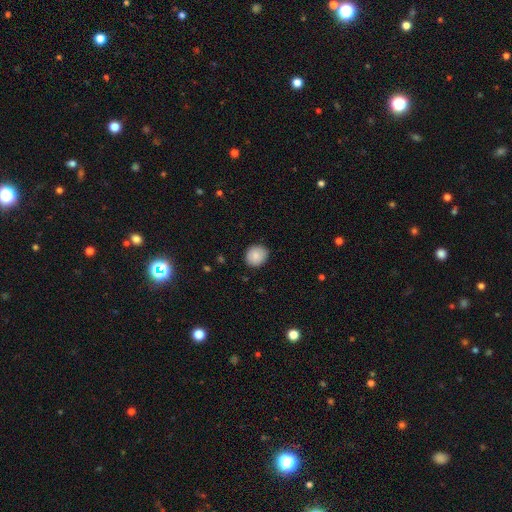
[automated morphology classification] smooth-or-featured: smooth: 86% | star or artifact: 8% | featured or disk: 6%
  how-rounded: round: 73% | in between: 26% | cigar-shaped: 1%
  merging: none: 86% | minor disturbance: 11% | major disturbance: 2% | merger: 1%